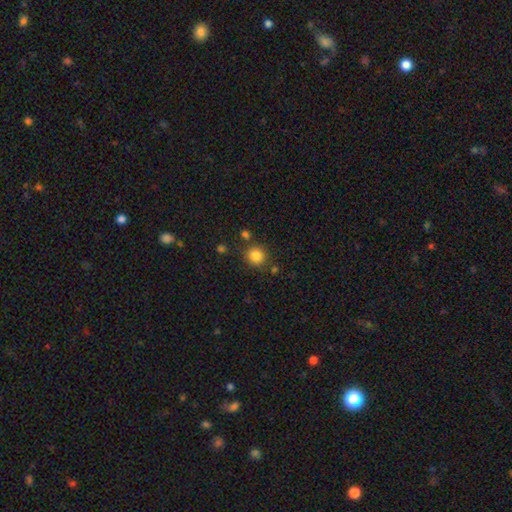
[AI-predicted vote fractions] smooth-or-featured: smooth: 84% | star or artifact: 11% | featured or disk: 5%
  how-rounded: round: 91% | in between: 8% | cigar-shaped: 1%
  merging: none: 81% | minor disturbance: 9% | merger: 7% | major disturbance: 3%